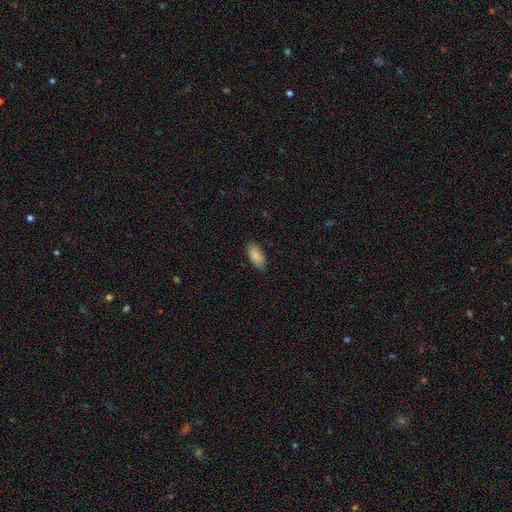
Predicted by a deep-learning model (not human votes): This appears to be a smooth galaxy with no disk features (87%) that is in between round and cigar-shaped (93%). Merging: none (84%).